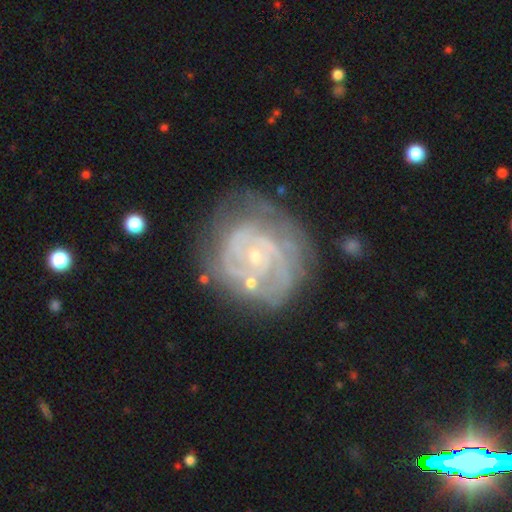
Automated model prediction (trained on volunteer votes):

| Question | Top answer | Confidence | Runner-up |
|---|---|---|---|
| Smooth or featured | featured or disk | 82% | smooth (11%) |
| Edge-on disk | no | 98% | yes (2%) |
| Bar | no | 76% | weak (19%) |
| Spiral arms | yes | 87% | no (13%) |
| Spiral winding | tight | 71% | medium (23%) |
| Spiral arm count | can't tell | 40% | 2 (23%) |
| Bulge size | small | 82% | moderate (13%) |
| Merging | none | 58% | minor disturbance (23%) |